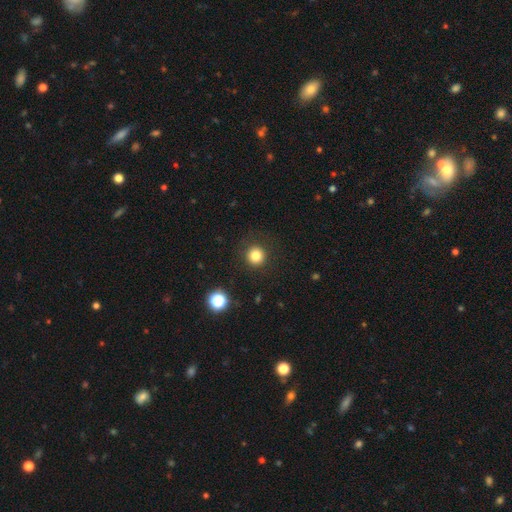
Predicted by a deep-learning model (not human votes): Overall: smooth (82%). How rounded: round (94%). Merging: none (89%).